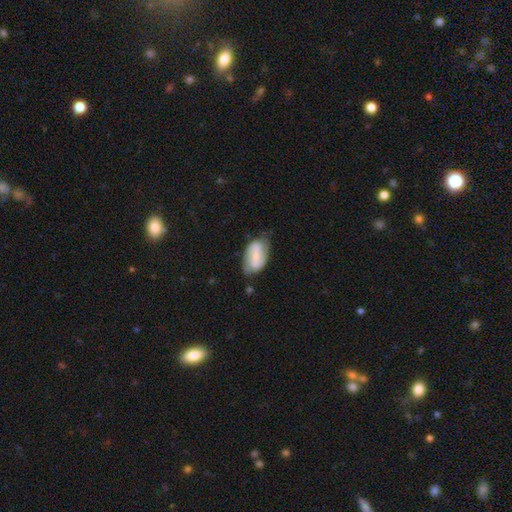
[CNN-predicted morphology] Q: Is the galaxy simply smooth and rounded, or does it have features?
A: featured or disk — 50%.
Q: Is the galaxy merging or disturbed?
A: none — 56%.